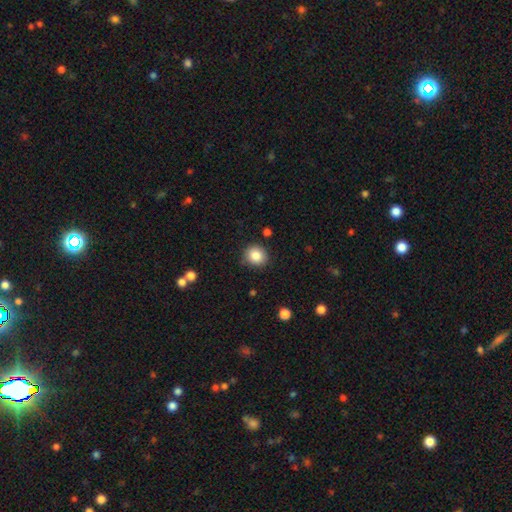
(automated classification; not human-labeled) The model was most divided on "how rounded": round: 86%, in between: 13%, cigar-shaped: 1%. More confident: merging — none (86%); smooth or featured — smooth (86%).